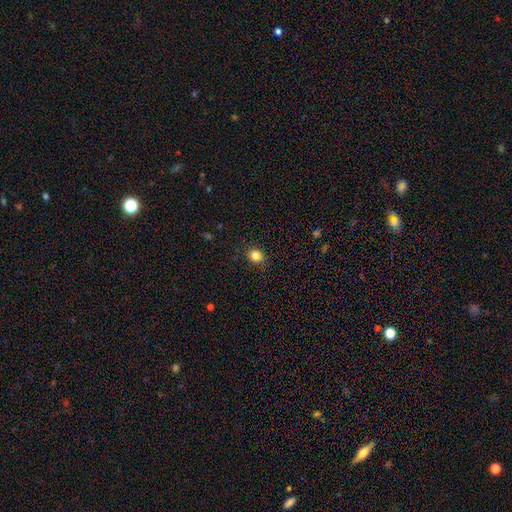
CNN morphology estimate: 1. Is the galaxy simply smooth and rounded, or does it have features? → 84% smooth, 12% star or artifact, 5% featured or disk.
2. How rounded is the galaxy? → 70% round, 29% in between, 1% cigar-shaped.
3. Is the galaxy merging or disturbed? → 87% none, 9% minor disturbance, 3% major disturbance, 1% merger.